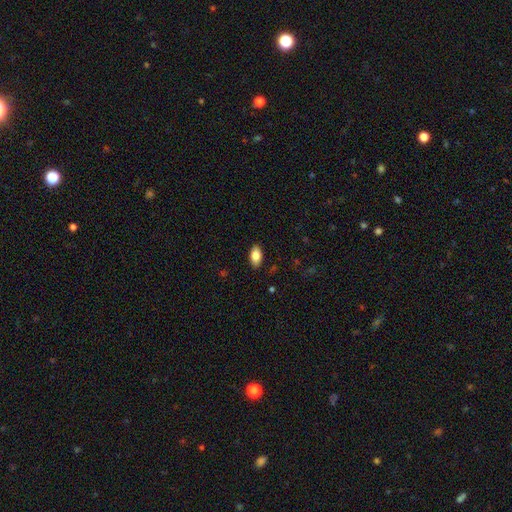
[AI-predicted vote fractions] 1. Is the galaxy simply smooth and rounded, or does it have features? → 83% smooth, 10% featured or disk, 7% star or artifact.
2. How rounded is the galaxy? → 93% in between, 4% round, 3% cigar-shaped.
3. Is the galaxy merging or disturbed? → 88% none, 9% minor disturbance, 2% major disturbance, 1% merger.